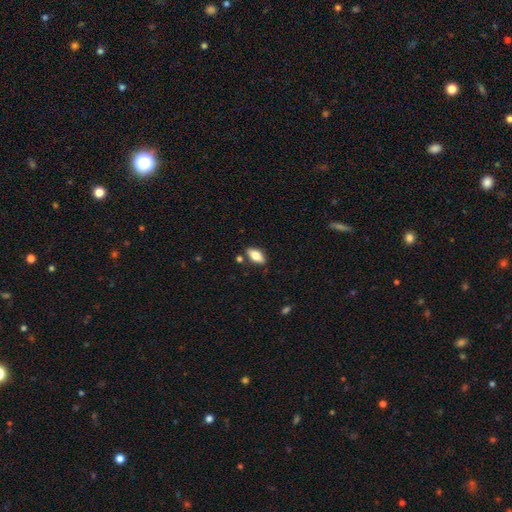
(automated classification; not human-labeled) Overall: smooth (76%). How rounded: in between (88%). Merging: none (82%).